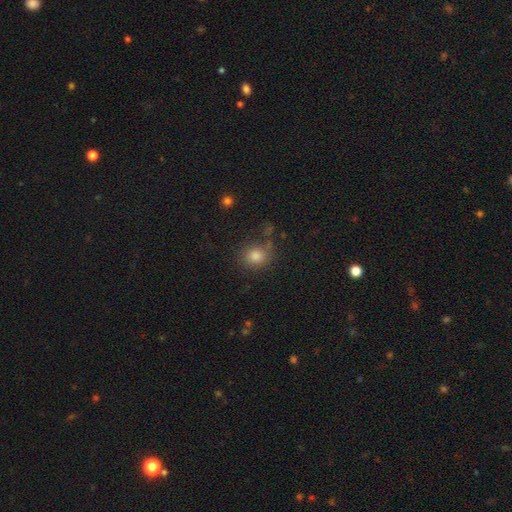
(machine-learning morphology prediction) This is likely a smooth galaxy (80%). How rounded: likely round (76%). Merging: likely none (74%).